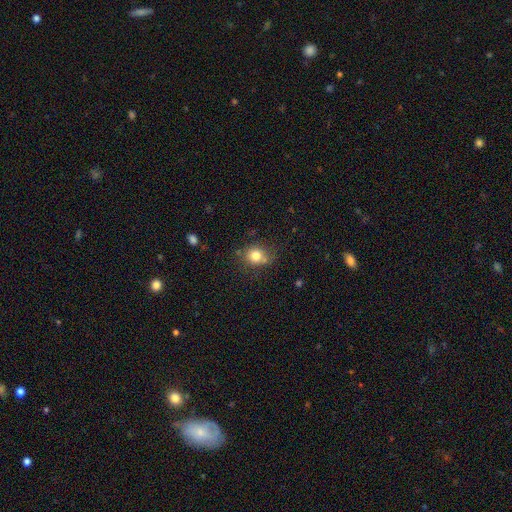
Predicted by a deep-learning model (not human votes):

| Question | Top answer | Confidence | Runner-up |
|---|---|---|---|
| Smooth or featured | smooth | 79% | star or artifact (12%) |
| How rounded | round | 75% | in between (24%) |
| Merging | none | 68% | minor disturbance (18%) |